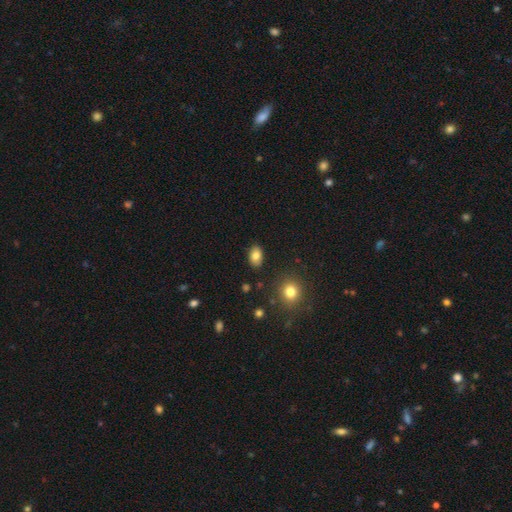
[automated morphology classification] A smooth galaxy with no disk features (83%) that is in between round and cigar-shaped (85%).

Vote fractions:
- Smooth or featured? smooth: 83% / star or artifact: 9% / featured or disk: 8%
- How rounded? in between: 85% / round: 14% / cigar-shaped: 1%
- Merging? none: 87% / minor disturbance: 9% / major disturbance: 2% / merger: 2%